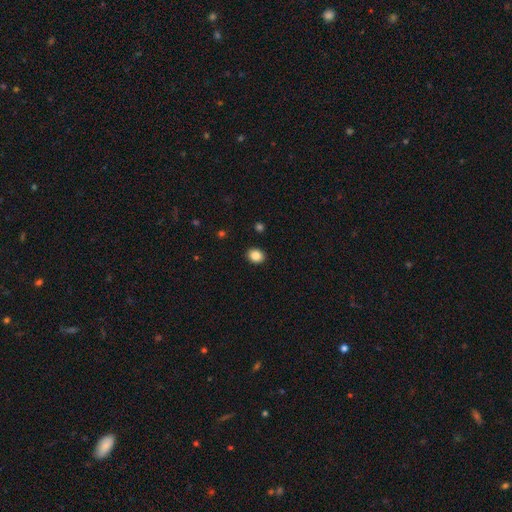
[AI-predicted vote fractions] Smooth or featured? Predicted: smooth (p=0.86). How rounded? Predicted: round (p=0.54). Merging? Predicted: none (p=0.91).